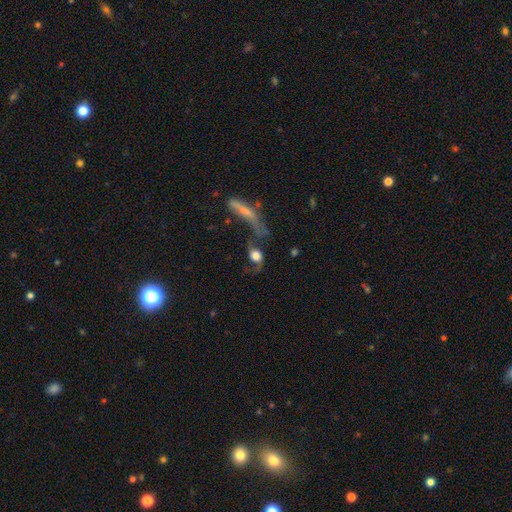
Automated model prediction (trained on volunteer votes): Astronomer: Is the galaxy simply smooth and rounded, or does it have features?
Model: featured or disk — 54% (runner-up: smooth, 37%).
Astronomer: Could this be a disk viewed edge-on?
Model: no — 82%.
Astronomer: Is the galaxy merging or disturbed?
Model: none — 32% (runner-up: major disturbance, 27%).